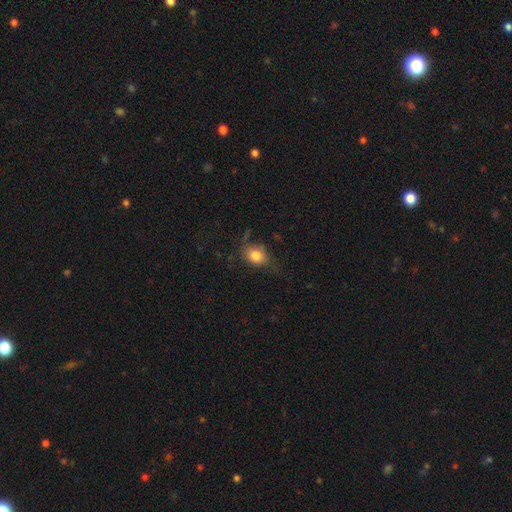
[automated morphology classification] This appears to be a smooth galaxy with no disk features (81%) that is in between round and cigar-shaped (57%). Merging: none (61%).